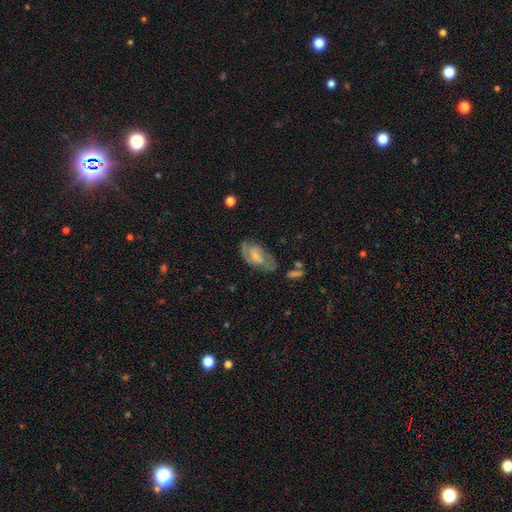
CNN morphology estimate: This is likely a featured or disk galaxy (64%). It is clearly not viewed edge-on (94%). Bar: possibly weak (46%). Spiral arm pattern: clearly yes (81%). Central bulge: possibly small (47%). Merging: likely none (63%).